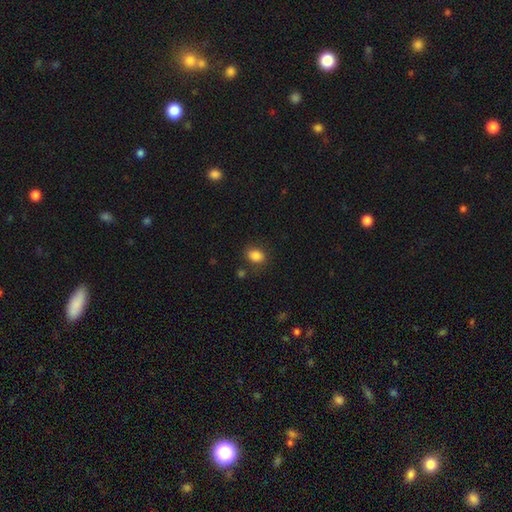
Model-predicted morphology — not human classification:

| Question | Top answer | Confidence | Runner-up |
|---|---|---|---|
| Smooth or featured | smooth | 85% | star or artifact (10%) |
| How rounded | in between | 64% | round (34%) |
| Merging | none | 79% | minor disturbance (14%) |